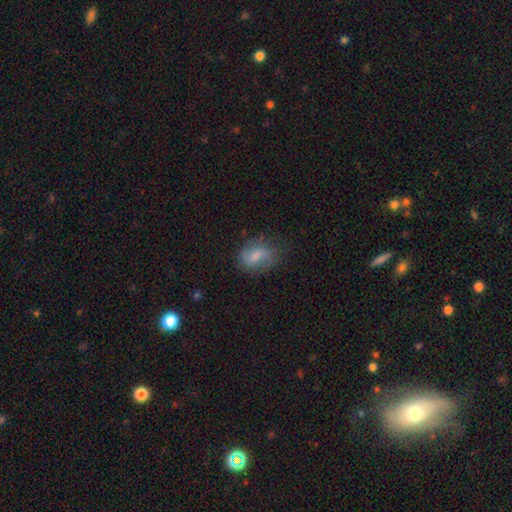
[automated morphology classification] smooth_or_featured: smooth (p=0.57) [alt: featured or disk p=0.35]
how_rounded: in between (p=0.63) [alt: round p=0.35]
merging: none (p=0.61) [alt: minor disturbance p=0.26]